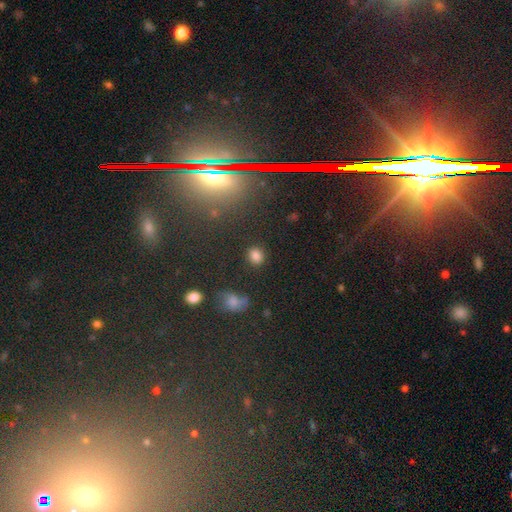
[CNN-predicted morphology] smooth-or-featured: smooth: 81% | star or artifact: 13% | featured or disk: 5%
  how-rounded: round: 69% | in between: 30% | cigar-shaped: 1%
  merging: none: 84% | minor disturbance: 10% | major disturbance: 4% | merger: 3%